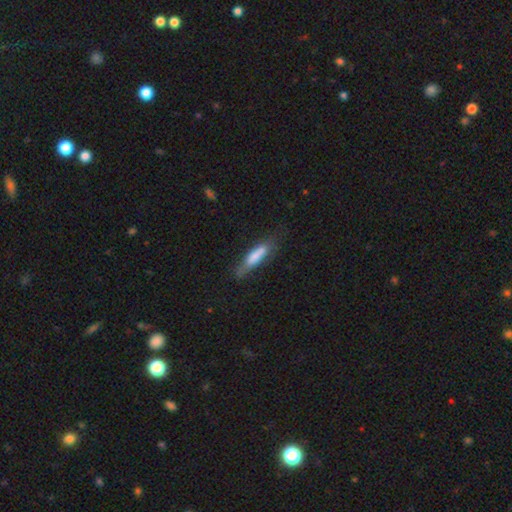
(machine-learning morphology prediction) Smooth or featured: smooth — 69% (featured or disk — 24%)
How rounded: cigar-shaped — 70% (in between — 29%)
Merging: none — 56% (minor disturbance — 28%)